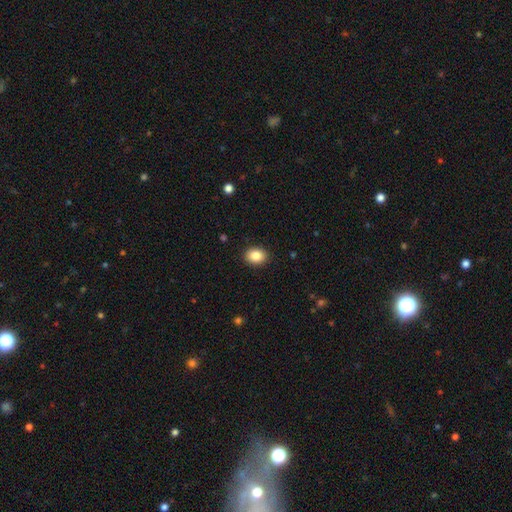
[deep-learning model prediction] Q: Smooth or featured?
A: smooth (87%); runner-up: star or artifact (9%)
Q: How rounded?
A: in between (54%); runner-up: round (45%)
Q: Merging?
A: none (90%); runner-up: minor disturbance (7%)